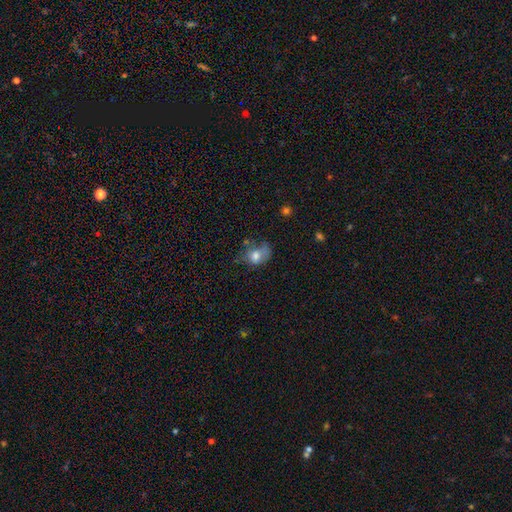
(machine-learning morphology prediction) Smooth or featured? Predicted: smooth (p=0.69). How rounded? Predicted: in between (p=0.60). Merging? Predicted: none (p=0.35).